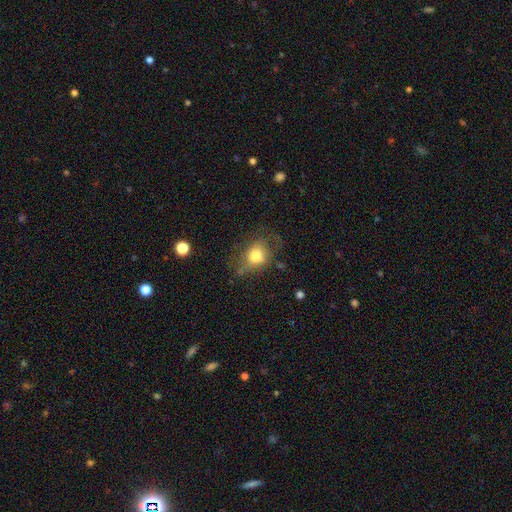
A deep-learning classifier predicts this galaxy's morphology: Q: Smooth or featured?
A: smooth (70%); runner-up: featured or disk (20%)
Q: How rounded?
A: in between (56%); runner-up: round (42%)
Q: Merging?
A: none (48%); runner-up: minor disturbance (27%)